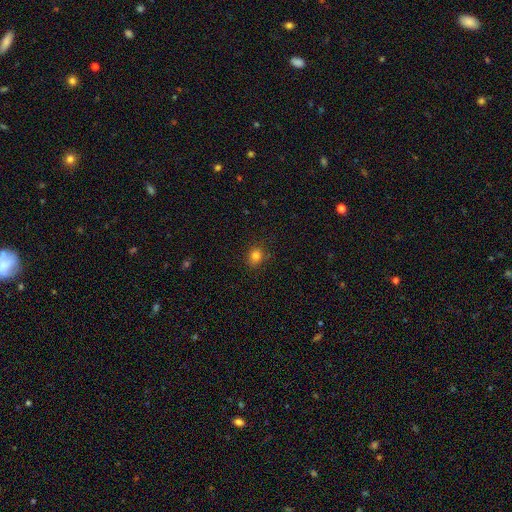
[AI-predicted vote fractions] Smooth or featured: smooth — 82% (star or artifact — 13%)
How rounded: round — 64% (in between — 35%)
Merging: none — 86% (minor disturbance — 11%)